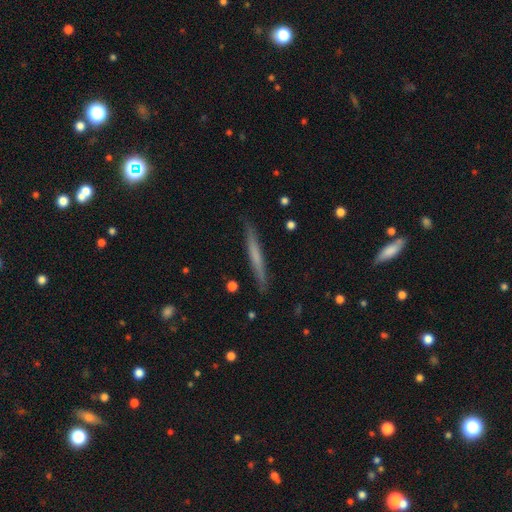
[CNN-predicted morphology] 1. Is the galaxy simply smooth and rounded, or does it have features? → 54% smooth, 40% featured or disk, 6% star or artifact.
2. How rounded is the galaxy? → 96% cigar-shaped, 2% in between, 1% round.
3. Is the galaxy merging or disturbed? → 89% none, 8% minor disturbance, 2% major disturbance, 1% merger.